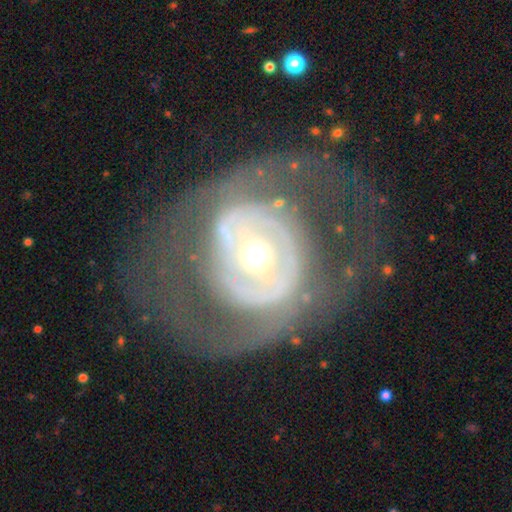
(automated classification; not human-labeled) Smooth or featured? featured or disk (76%)
Edge-on disk? no (94%)
Bar? no (61%)
Spiral arms? no (54%)
Bulge size? moderate (50%)
Merging? none (60%)